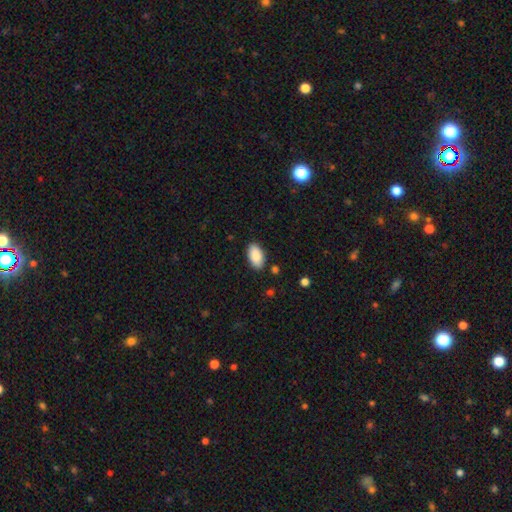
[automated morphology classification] This appears to be a smooth galaxy with no disk features (88%) that is in between round and cigar-shaped (95%). Merging: none (87%).